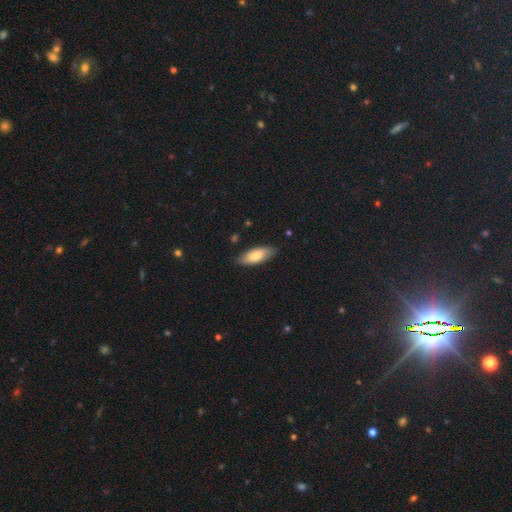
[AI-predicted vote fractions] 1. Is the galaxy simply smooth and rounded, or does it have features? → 76% smooth, 18% featured or disk, 6% star or artifact.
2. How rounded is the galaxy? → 77% in between, 21% cigar-shaped, 2% round.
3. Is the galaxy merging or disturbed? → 82% none, 14% minor disturbance, 2% major disturbance, 1% merger.